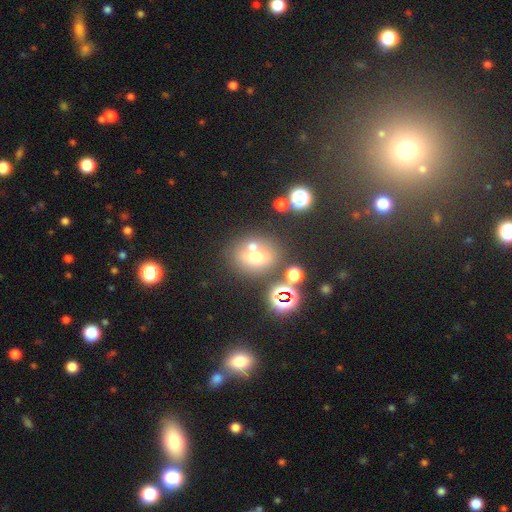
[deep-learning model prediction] smooth-or-featured: smooth: 61% | star or artifact: 21% | featured or disk: 18%
  how-rounded: round: 63% | in between: 36% | cigar-shaped: 1%
  merging: none: 59% | merger: 23% | minor disturbance: 11% | major disturbance: 6%